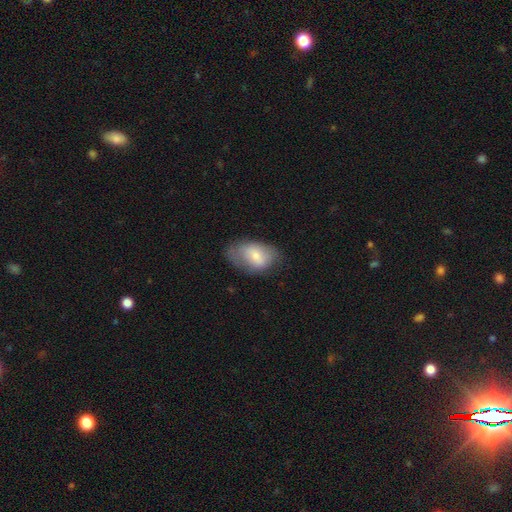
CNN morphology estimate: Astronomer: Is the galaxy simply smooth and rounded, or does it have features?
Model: smooth — 68%.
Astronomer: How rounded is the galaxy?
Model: in between — 89%.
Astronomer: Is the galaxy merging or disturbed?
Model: none — 54% (runner-up: minor disturbance, 31%).